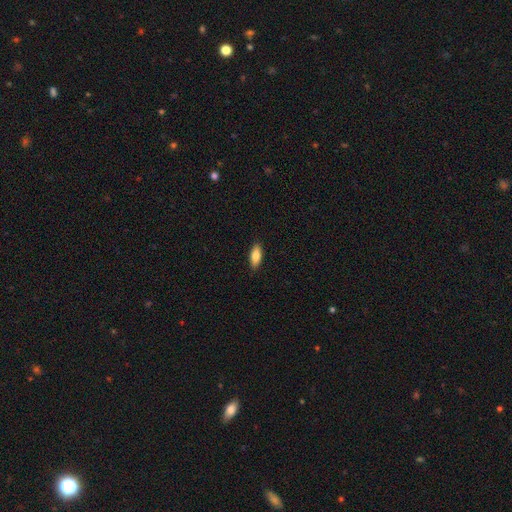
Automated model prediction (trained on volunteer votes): A smooth galaxy with no disk features (84%) that is in between round and cigar-shaped (76%). Merging: none (89%).